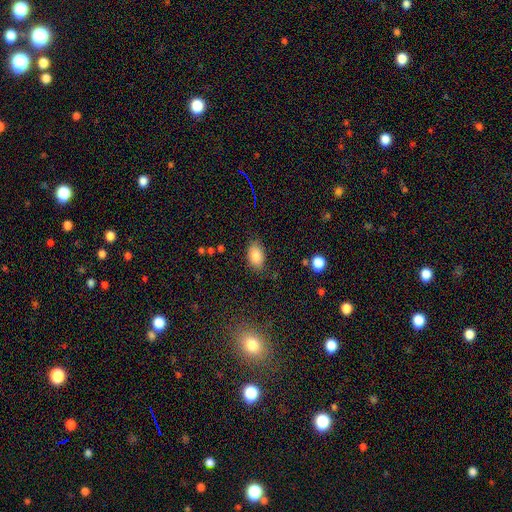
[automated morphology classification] A smooth galaxy with no disk features (85%) that is in between round and cigar-shaped (91%).

Vote fractions:
- Smooth or featured? smooth: 85% / star or artifact: 8% / featured or disk: 7%
- How rounded? in between: 91% / round: 7% / cigar-shaped: 2%
- Merging? none: 81% / minor disturbance: 14% / major disturbance: 3% / merger: 2%